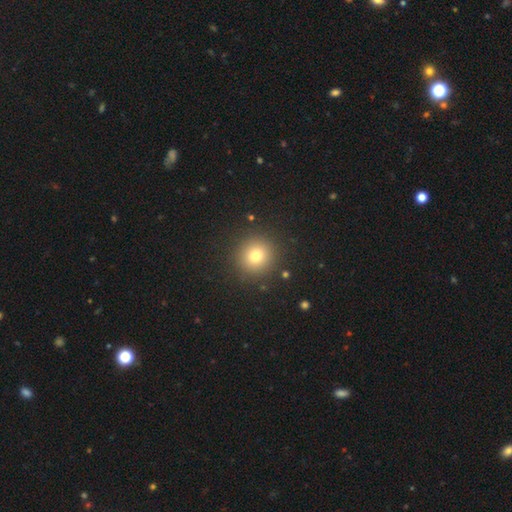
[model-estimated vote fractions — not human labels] Morphology: type=smooth (79%); roundness=round (93%); merging=none (90%).